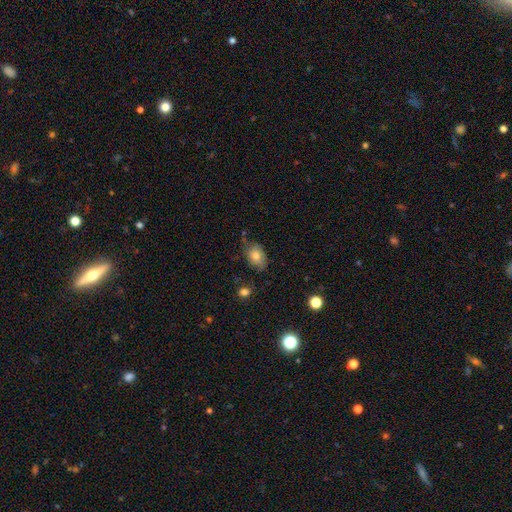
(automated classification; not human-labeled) Q: Smooth or featured?
A: smooth (75%); runner-up: featured or disk (16%)
Q: How rounded?
A: in between (85%); runner-up: round (14%)
Q: Merging?
A: none (65%); runner-up: minor disturbance (26%)